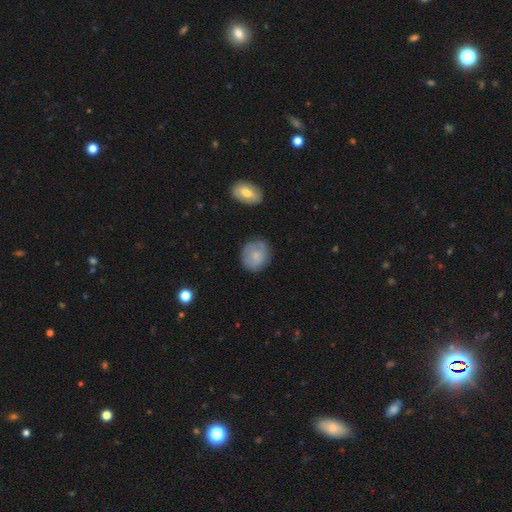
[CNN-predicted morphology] Smooth or featured? smooth (75%)
How rounded? round (81%)
Merging? none (73%)